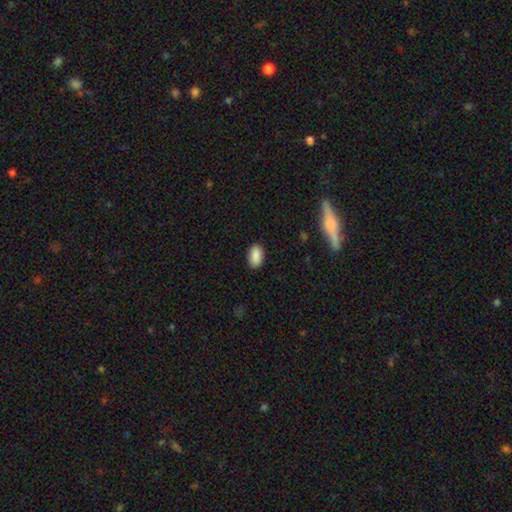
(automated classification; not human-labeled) The model was most divided on "merging": none: 88%, minor disturbance: 9%, major disturbance: 2%, merger: 1%. More confident: how rounded — in between (92%); smooth or featured — smooth (88%).